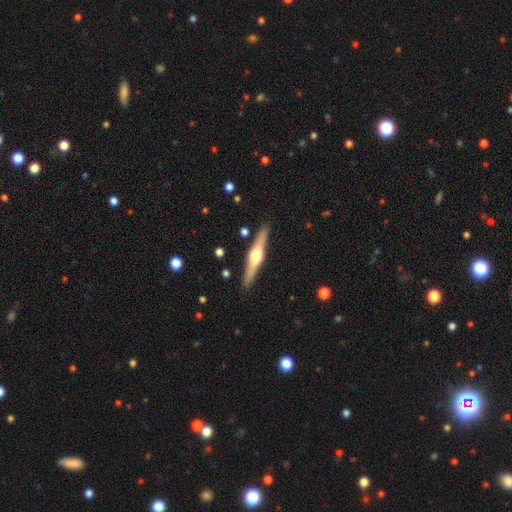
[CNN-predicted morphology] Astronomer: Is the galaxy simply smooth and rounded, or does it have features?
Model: featured or disk — 70%.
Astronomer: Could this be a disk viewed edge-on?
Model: yes — 97%.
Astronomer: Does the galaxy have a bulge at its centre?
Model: rounded — 93%.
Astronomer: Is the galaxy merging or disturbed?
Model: none — 90%.